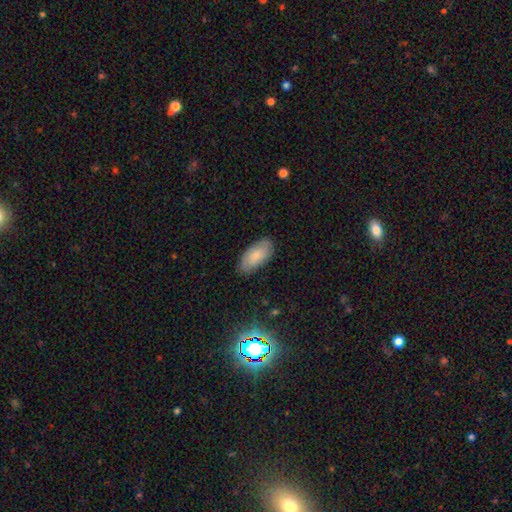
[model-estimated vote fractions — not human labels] Smooth or featured? Predicted: smooth (p=0.72). How rounded? Predicted: in between (p=0.92). Merging? Predicted: none (p=0.80).